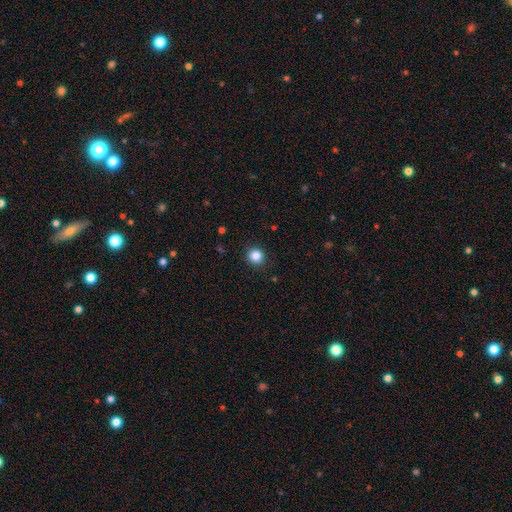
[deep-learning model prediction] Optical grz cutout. It shows a smooth galaxy with no disk features (85%) that is round (93%). Merging: none (91%).